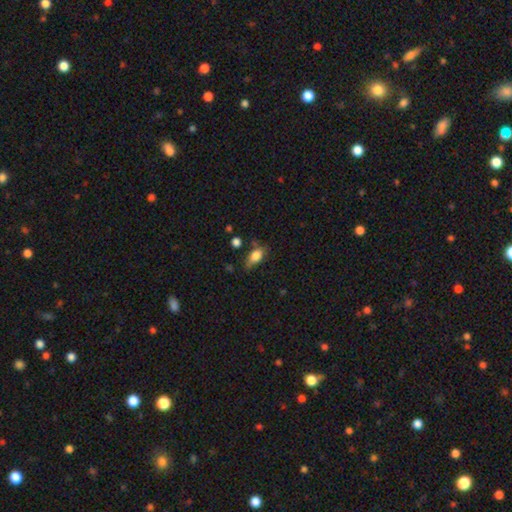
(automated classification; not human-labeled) A smooth galaxy with no disk features (78%) that is in between round and cigar-shaped (83%). Merging: none (54%).